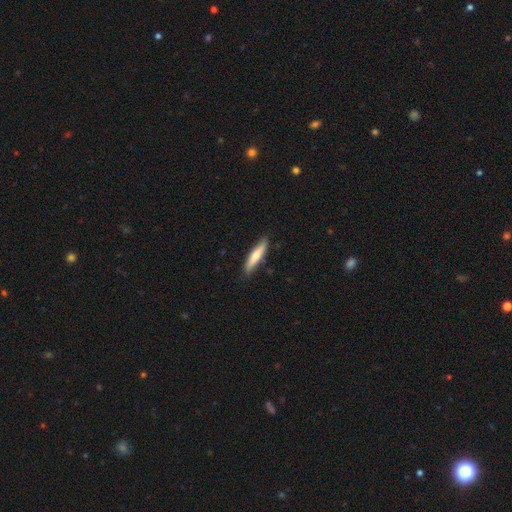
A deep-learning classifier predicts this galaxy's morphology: This appears to be a smooth galaxy with no disk features (65%) that is cigar-shaped (85%). Merging: none (85%).